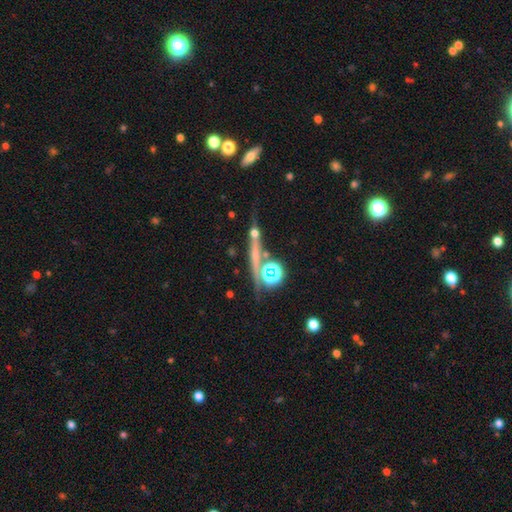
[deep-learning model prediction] This is marginally a featured or disk galaxy (39%). Merging: likely none (66%).